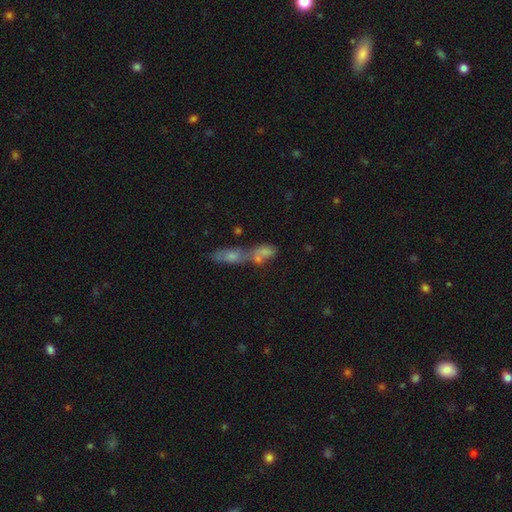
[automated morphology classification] Q: Smooth or featured?
A: smooth (46%); runner-up: featured or disk (35%)
Q: Merging?
A: merger (61%); runner-up: none (25%)